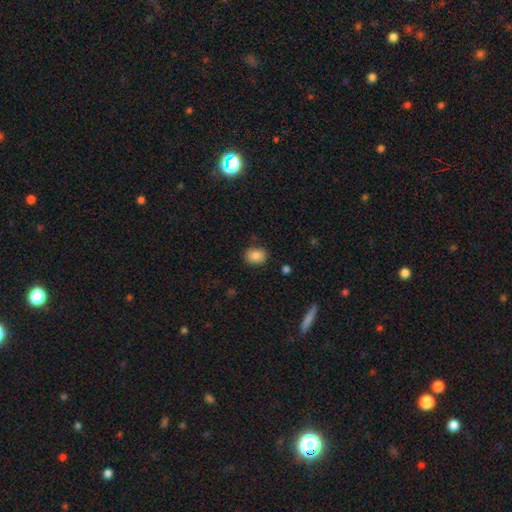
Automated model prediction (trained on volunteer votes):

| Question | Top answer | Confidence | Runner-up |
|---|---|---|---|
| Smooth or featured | smooth | 85% | star or artifact (9%) |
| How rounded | round | 56% | in between (43%) |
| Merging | none | 84% | minor disturbance (12%) |